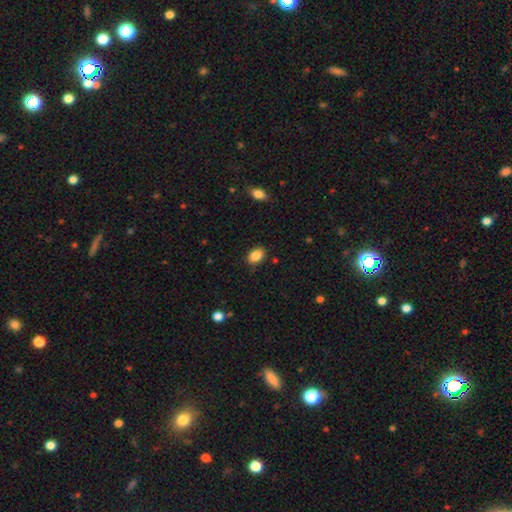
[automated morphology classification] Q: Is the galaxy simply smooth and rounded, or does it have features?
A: smooth — 87%.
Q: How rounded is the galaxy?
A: in between — 80%.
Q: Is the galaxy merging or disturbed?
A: none — 86%.